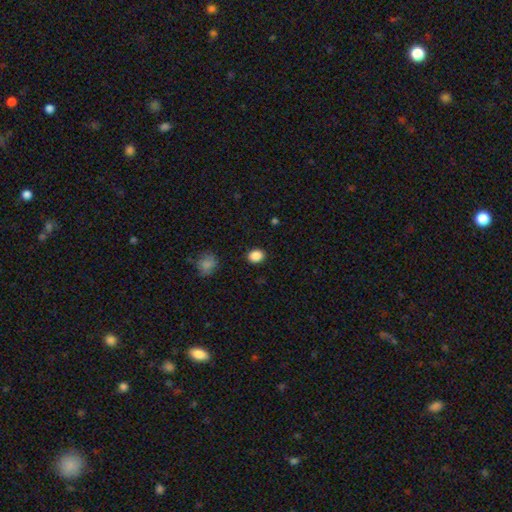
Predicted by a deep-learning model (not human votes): smooth-or-featured: smooth: 88% | star or artifact: 9% | featured or disk: 3%
  how-rounded: round: 50% | in between: 49% | cigar-shaped: 1%
  merging: none: 88% | minor disturbance: 8% | major disturbance: 2% | merger: 1%